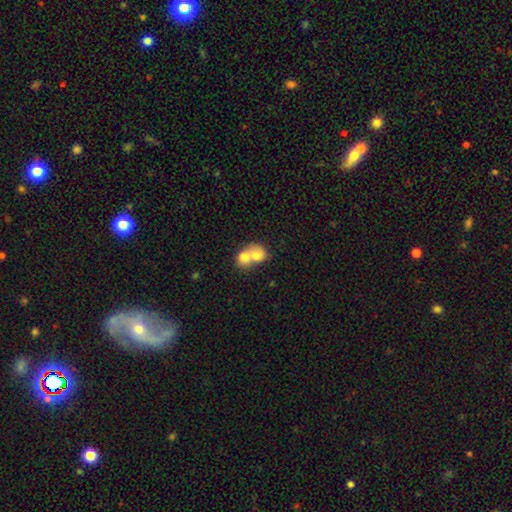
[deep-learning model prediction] Smooth or featured: smooth — 70% (featured or disk — 23%)
How rounded: round — 59% (in between — 40%)
Merging: merger — 79% (none — 15%)